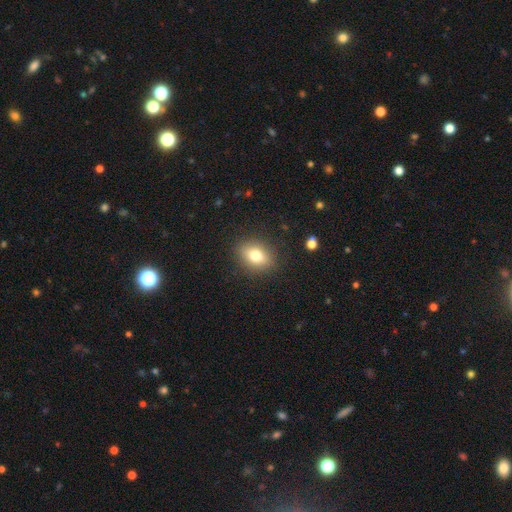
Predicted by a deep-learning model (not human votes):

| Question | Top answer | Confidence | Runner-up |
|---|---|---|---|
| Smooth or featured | smooth | 76% | featured or disk (14%) |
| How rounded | in between | 68% | round (30%) |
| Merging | none | 87% | minor disturbance (9%) |